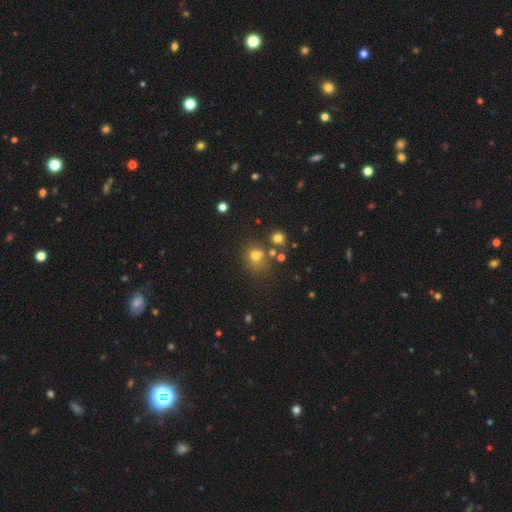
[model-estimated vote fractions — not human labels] Morphology: type=smooth (69%); roundness=round (69%); merging=none (54%).